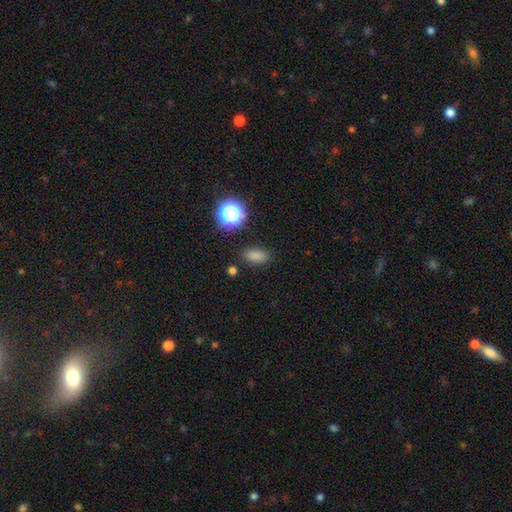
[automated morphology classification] This appears to be a smooth galaxy with no disk features (79%) that is in between round and cigar-shaped (82%). Merging: none (85%).